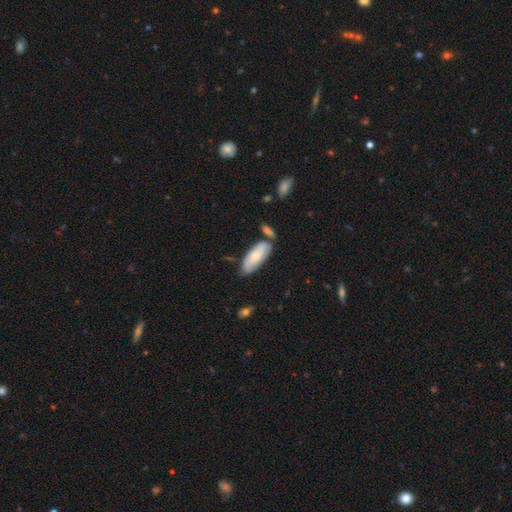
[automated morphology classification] This appears to be a smooth galaxy with no disk features (65%) that is in between round and cigar-shaped (78%). Merging: none (65%).